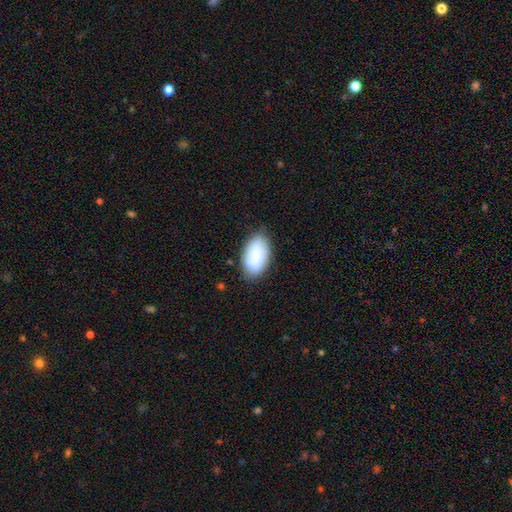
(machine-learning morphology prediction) Overall: smooth (86%). How rounded: in between (94%). Merging: none (80%).